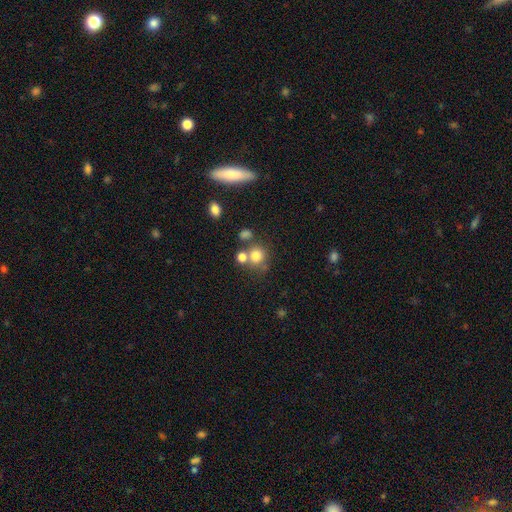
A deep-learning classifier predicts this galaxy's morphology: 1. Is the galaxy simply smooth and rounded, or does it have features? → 76% smooth, 14% star or artifact, 10% featured or disk.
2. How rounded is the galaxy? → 86% round, 13% in between, 1% cigar-shaped.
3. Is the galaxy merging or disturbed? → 58% none, 26% merger, 11% minor disturbance, 5% major disturbance.